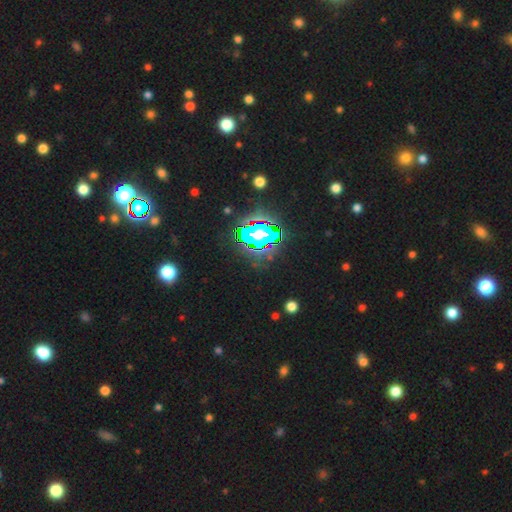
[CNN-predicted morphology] Smooth or featured?
  - star or artifact: 80% *
  - smooth: 12%
  - featured or disk: 8%